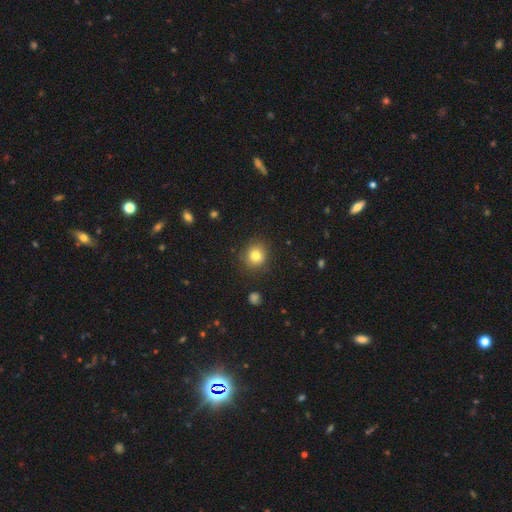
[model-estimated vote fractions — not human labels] smooth 80%, star or artifact 11%, featured or disk 8%. Down the decision tree: how rounded — round (88%); merging — none (86%).